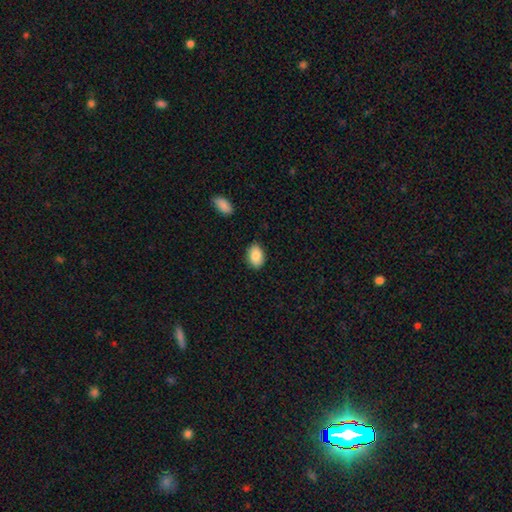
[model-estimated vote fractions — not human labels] This is clearly a smooth galaxy (86%). How rounded: clearly in between (85%). Merging: clearly none (86%).